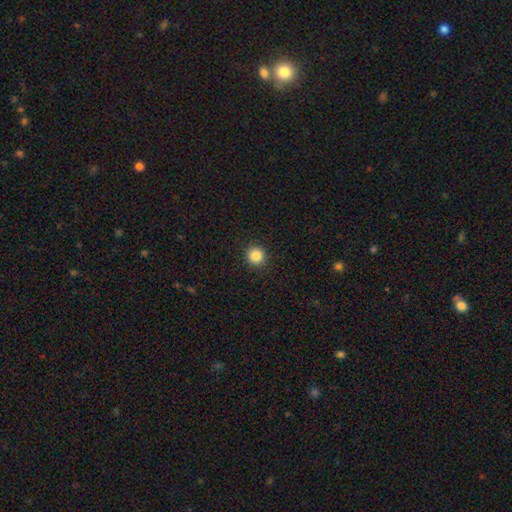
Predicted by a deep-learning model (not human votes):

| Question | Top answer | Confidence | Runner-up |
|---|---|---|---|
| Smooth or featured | smooth | 85% | star or artifact (10%) |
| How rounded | round | 93% | in between (6%) |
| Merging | none | 93% | minor disturbance (5%) |